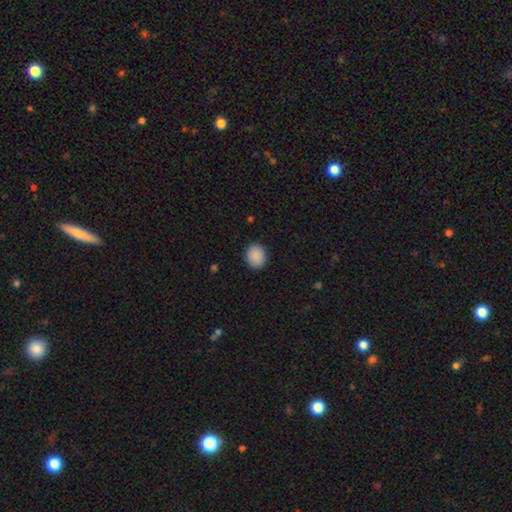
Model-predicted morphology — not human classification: A smooth galaxy with no disk features (90%) that is round (64%).

Vote fractions:
- Smooth or featured? smooth: 90% / star or artifact: 8% / featured or disk: 2%
- How rounded? round: 64% / in between: 35% / cigar-shaped: 1%
- Merging? none: 89% / minor disturbance: 8% / major disturbance: 2% / merger: 1%